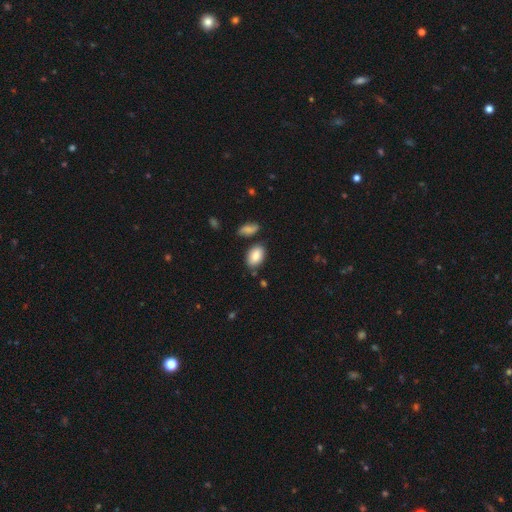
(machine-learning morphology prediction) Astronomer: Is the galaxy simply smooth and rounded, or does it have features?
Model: smooth — 84%.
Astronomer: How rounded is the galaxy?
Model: in between — 90%.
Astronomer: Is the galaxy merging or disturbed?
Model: none — 75%.